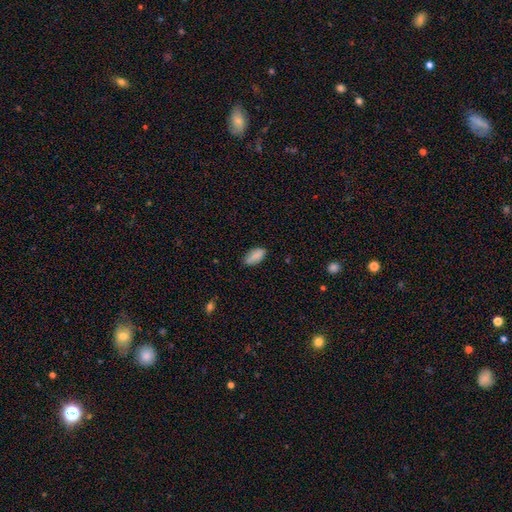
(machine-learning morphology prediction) Smooth or featured: smooth — 87% (star or artifact — 7%)
How rounded: in between — 90% (cigar-shaped — 7%)
Merging: none — 77% (minor disturbance — 18%)